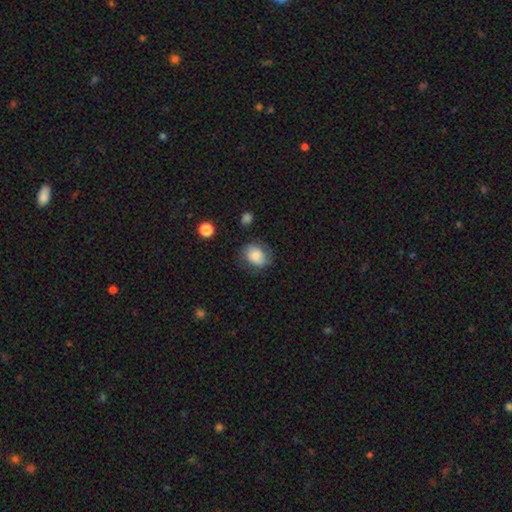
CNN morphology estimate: Smooth or featured? smooth (76%)
How rounded? in between (58%)
Merging? none (67%)